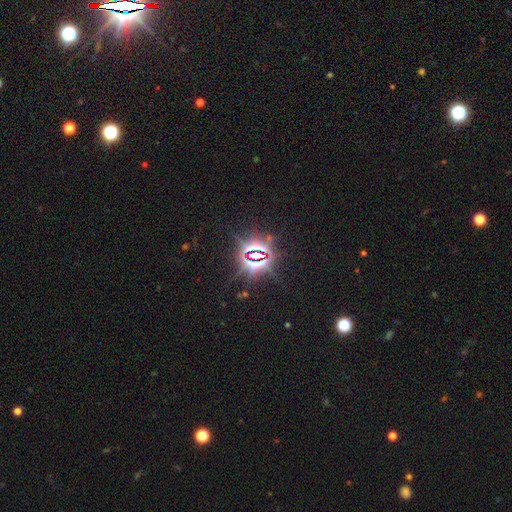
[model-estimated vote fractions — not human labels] A star or artifact, not a galaxy (85%).